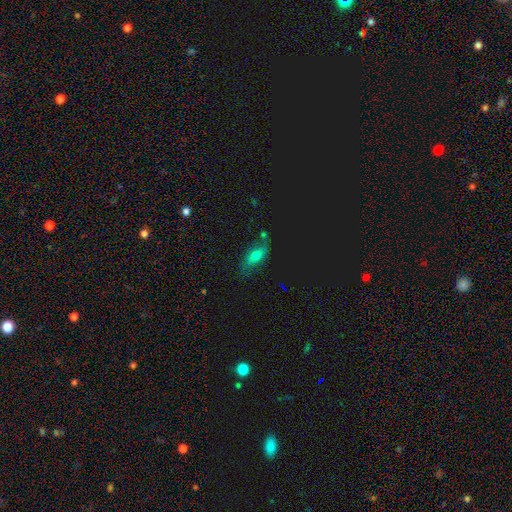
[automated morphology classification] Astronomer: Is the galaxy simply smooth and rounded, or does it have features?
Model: smooth — 48% (runner-up: featured or disk, 30%).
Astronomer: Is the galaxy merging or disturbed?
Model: none — 62%.